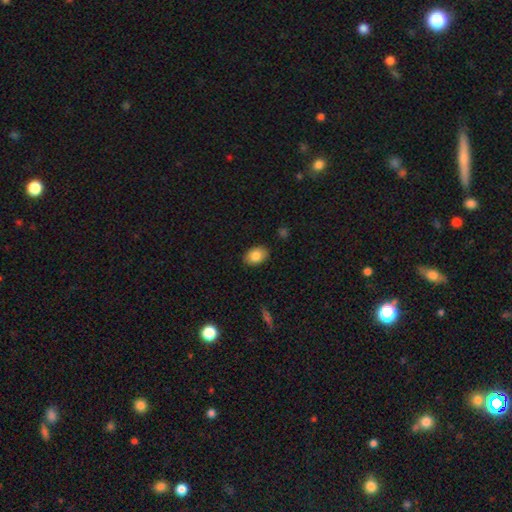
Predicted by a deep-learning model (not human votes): smooth 85%, featured or disk 7%, star or artifact 7%. Down the decision tree: how rounded — in between (83%); merging — none (87%).